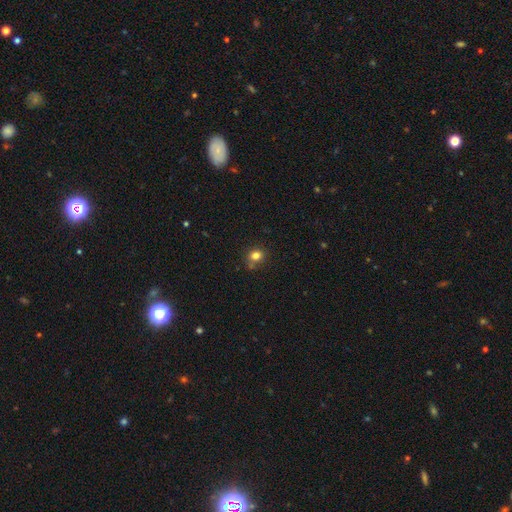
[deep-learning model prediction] This is clearly a smooth galaxy (81%). How rounded: likely round (72%). Merging: likely none (71%).